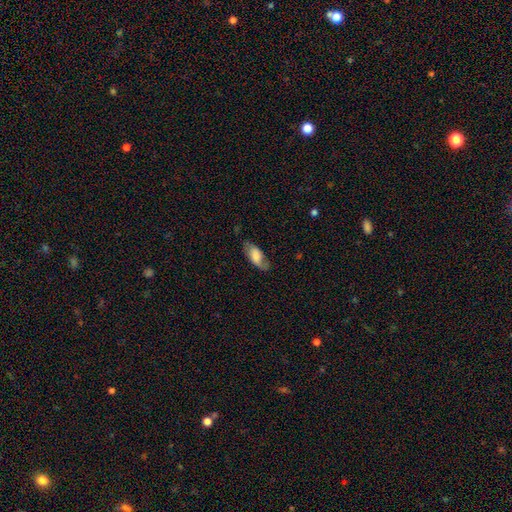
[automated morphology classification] smooth-or-featured: smooth: 62% | featured or disk: 31% | star or artifact: 7%
  how-rounded: in between: 86% | cigar-shaped: 11% | round: 3%
  merging: none: 66% | minor disturbance: 24% | major disturbance: 8% | merger: 2%